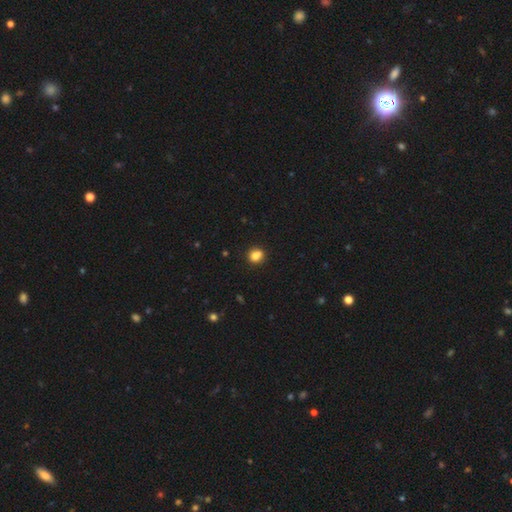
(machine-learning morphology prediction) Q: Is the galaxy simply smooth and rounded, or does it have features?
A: smooth — 82%.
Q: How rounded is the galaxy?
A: round — 79%.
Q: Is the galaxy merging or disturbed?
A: none — 80%.